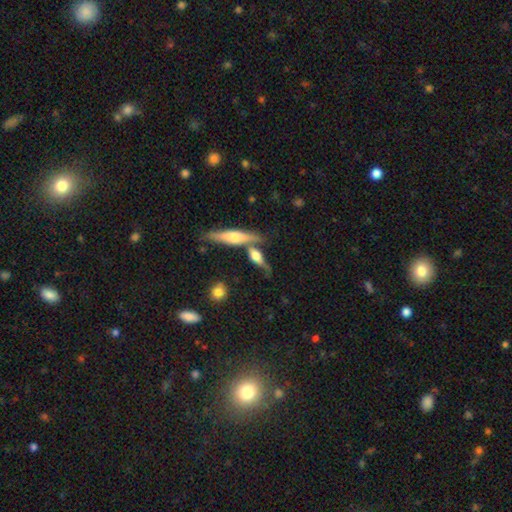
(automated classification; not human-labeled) This appears to be a featured or disk galaxy (56%) viewed edge-on (86%). Merging: none (56%).